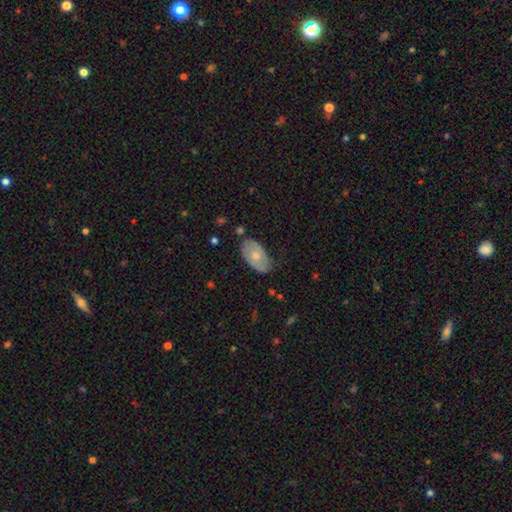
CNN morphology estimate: smooth 62%, featured or disk 32%, star or artifact 6%. Down the decision tree: how rounded — in between (94%); merging — none (69%).